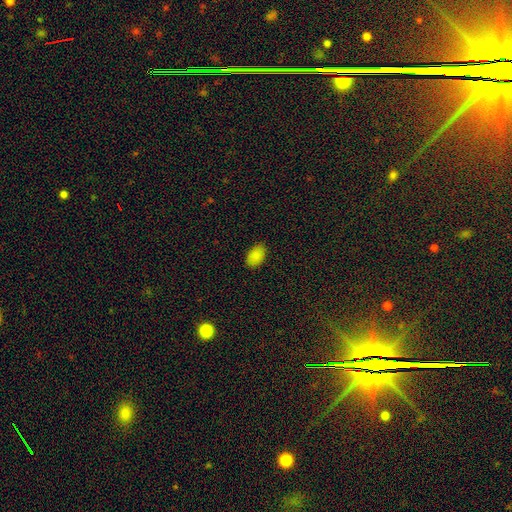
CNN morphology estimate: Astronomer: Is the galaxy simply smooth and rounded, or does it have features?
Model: smooth — 86%.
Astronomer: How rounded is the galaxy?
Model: in between — 92%.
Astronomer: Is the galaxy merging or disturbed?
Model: none — 86%.